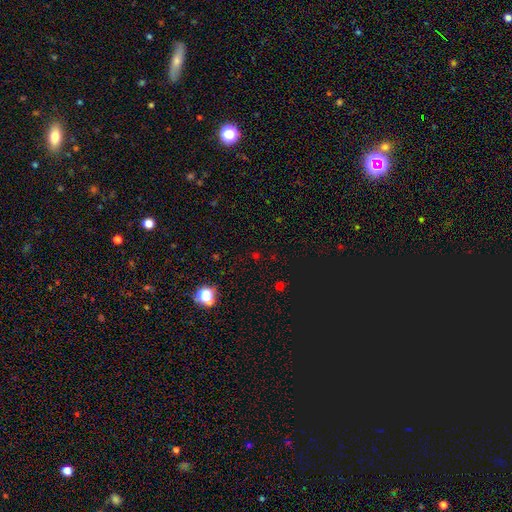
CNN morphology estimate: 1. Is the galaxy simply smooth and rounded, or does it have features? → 62% star or artifact, 32% smooth, 7% featured or disk.